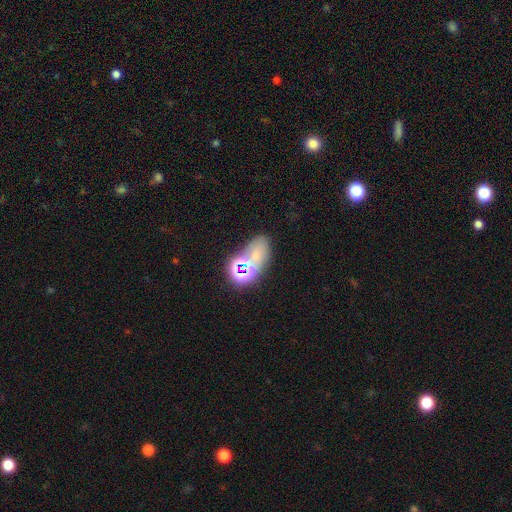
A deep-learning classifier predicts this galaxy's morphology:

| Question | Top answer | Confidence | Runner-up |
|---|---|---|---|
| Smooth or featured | smooth | 49% | star or artifact (32%) |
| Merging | none | 47% | merger (28%) |